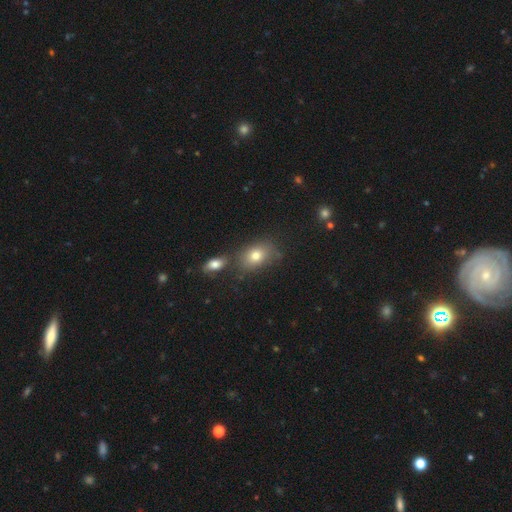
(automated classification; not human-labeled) A smooth galaxy with no disk features (77%) that is in between round and cigar-shaped (76%). Merging: none (63%).